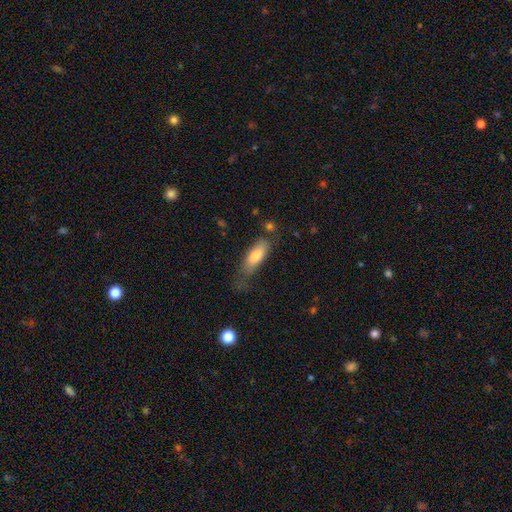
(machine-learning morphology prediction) Overall: smooth (75%). How rounded: in between (64%; cigar-shaped 34%). Merging: none (51%; minor disturbance 31%).